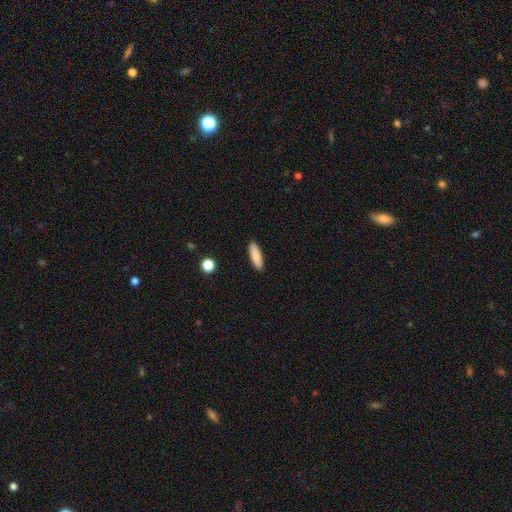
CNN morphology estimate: A smooth galaxy with no disk features (87%) that is cigar-shaped (53%).

Vote fractions:
- Smooth or featured? smooth: 87% / featured or disk: 7% / star or artifact: 7%
- How rounded? cigar-shaped: 53% / in between: 45% / round: 2%
- Merging? none: 90% / minor disturbance: 7% / major disturbance: 2% / merger: 1%